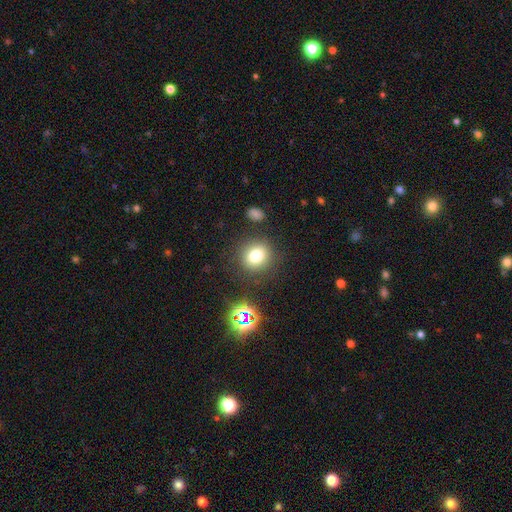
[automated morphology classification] A smooth galaxy with no disk features (75%) that is round (86%). Merging: none (85%).